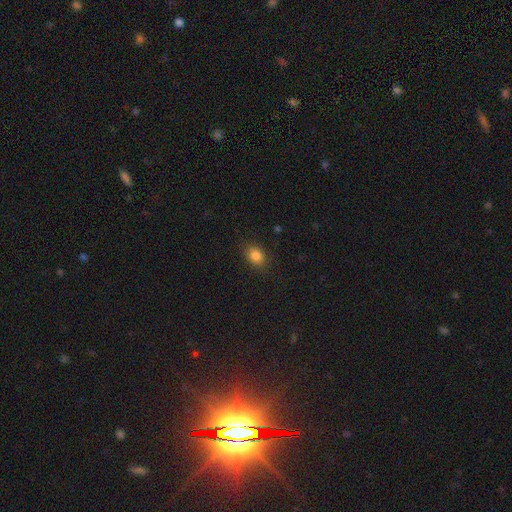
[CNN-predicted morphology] Smooth or featured: smooth — 84% (star or artifact — 11%)
How rounded: in between — 64% (round — 35%)
Merging: none — 87% (minor disturbance — 10%)